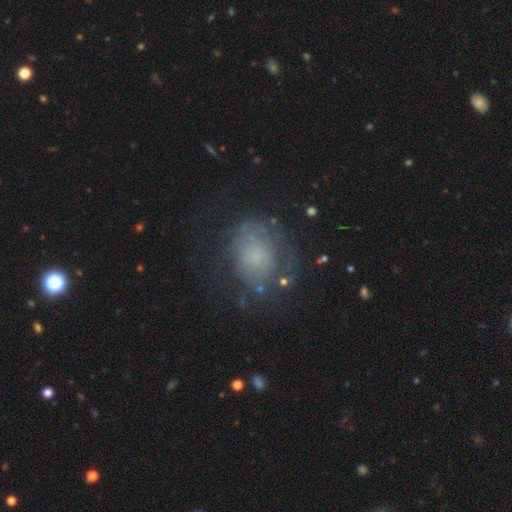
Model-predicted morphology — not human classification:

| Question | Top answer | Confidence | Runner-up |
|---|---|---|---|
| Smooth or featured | featured or disk | 45% | smooth (42%) |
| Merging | none | 57% | minor disturbance (22%) |